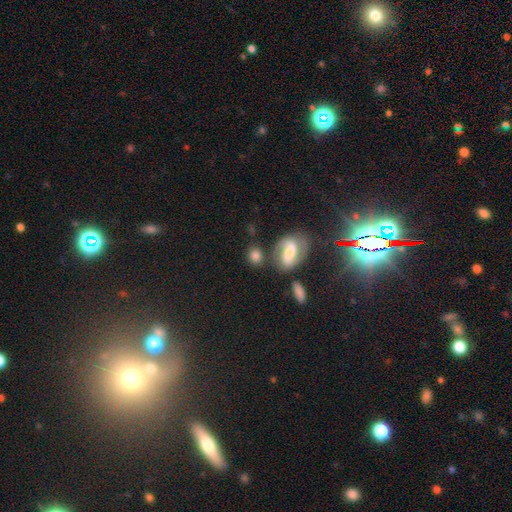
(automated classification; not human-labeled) smooth-or-featured: smooth: 70% | featured or disk: 21% | star or artifact: 9%
  how-rounded: round: 52% | in between: 45% | cigar-shaped: 3%
  merging: none: 62% | minor disturbance: 16% | merger: 14% | major disturbance: 7%